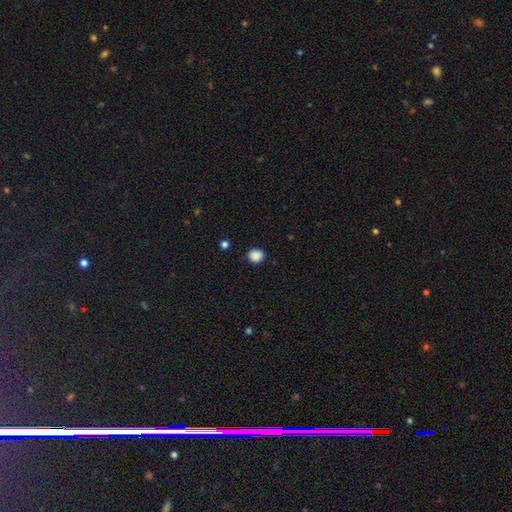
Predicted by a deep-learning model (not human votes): Q: Smooth or featured?
A: smooth (87%); runner-up: star or artifact (10%)
Q: How rounded?
A: round (82%); runner-up: in between (17%)
Q: Merging?
A: none (87%); runner-up: minor disturbance (9%)